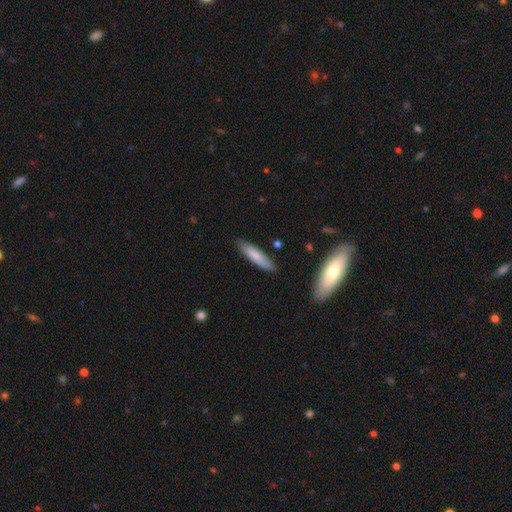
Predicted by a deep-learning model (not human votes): smooth-or-featured: smooth: 79% | featured or disk: 15% | star or artifact: 6%
  how-rounded: cigar-shaped: 75% | in between: 24% | round: 1%
  merging: none: 85% | minor disturbance: 11% | major disturbance: 2% | merger: 2%